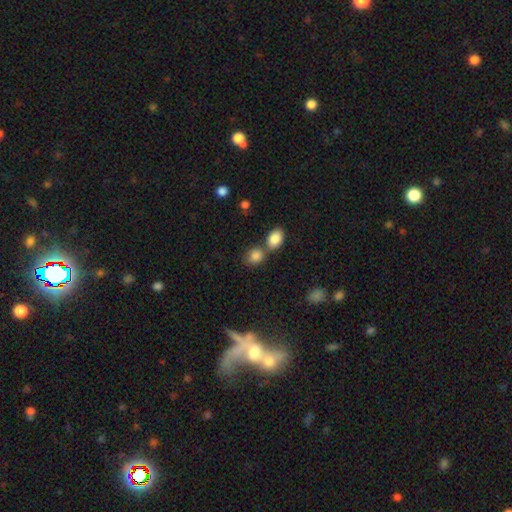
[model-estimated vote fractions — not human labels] Morphology: type=smooth (84%); roundness=round (50%); merging=none (46%).